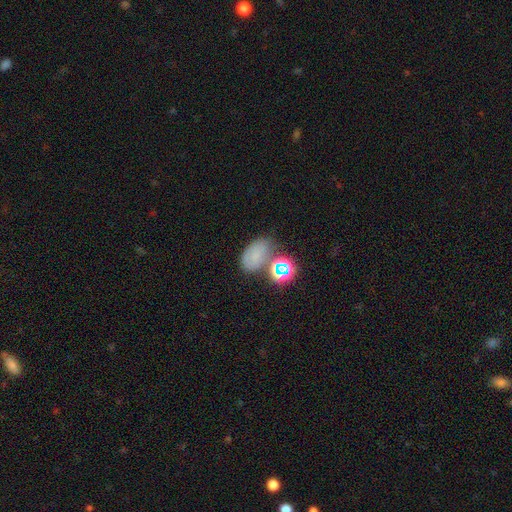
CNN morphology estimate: Overall: smooth (56%; star or artifact 26%). How rounded: in between (80%). Merging: none (54%; minor disturbance 20%).